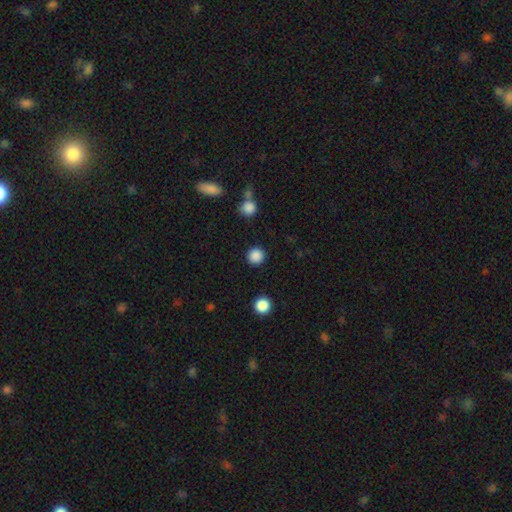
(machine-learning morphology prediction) smooth_or_featured: smooth (p=0.87) [alt: star or artifact p=0.11]
how_rounded: round (p=0.95) [alt: in between p=0.04]
merging: none (p=0.91) [alt: minor disturbance p=0.05]